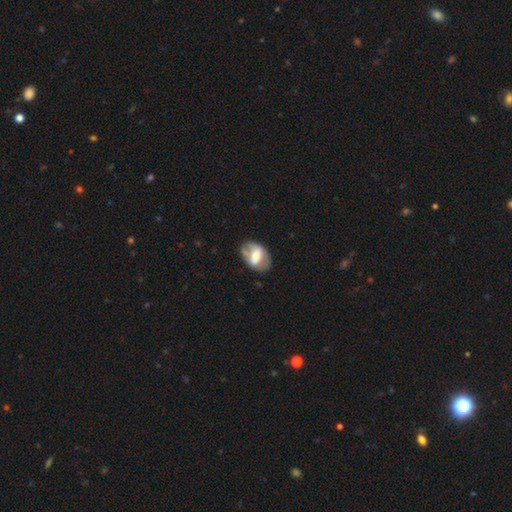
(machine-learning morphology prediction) Smooth or featured? featured or disk (55%)
Edge-on disk? no (91%)
Merging? none (73%)